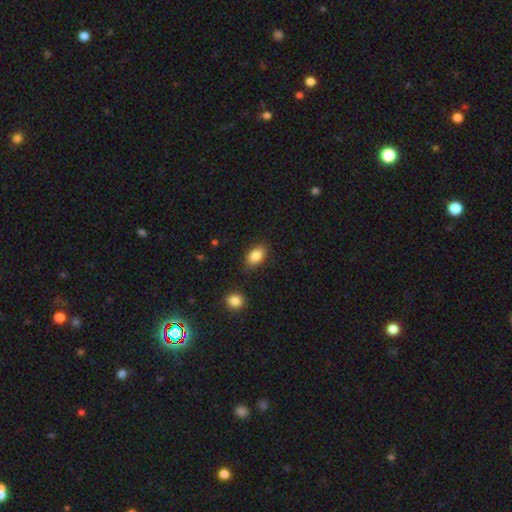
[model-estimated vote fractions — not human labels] The model was most divided on "merging": none: 82%, minor disturbance: 12%, major disturbance: 3%, merger: 3%. More confident: how rounded — in between (88%); smooth or featured — smooth (86%).